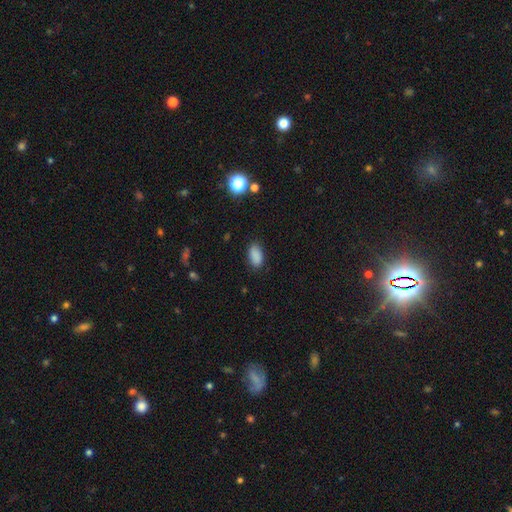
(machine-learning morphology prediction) Smooth or featured? Predicted: smooth (p=0.87). How rounded? Predicted: in between (p=0.92). Merging? Predicted: none (p=0.84).